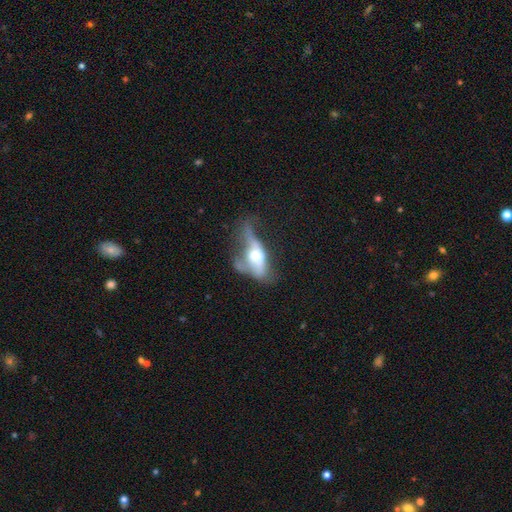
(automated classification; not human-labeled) Smooth or featured? Predicted: featured or disk (p=0.52). Edge-on disk? Predicted: no (p=0.67). Merging? Predicted: major disturbance (p=0.48).